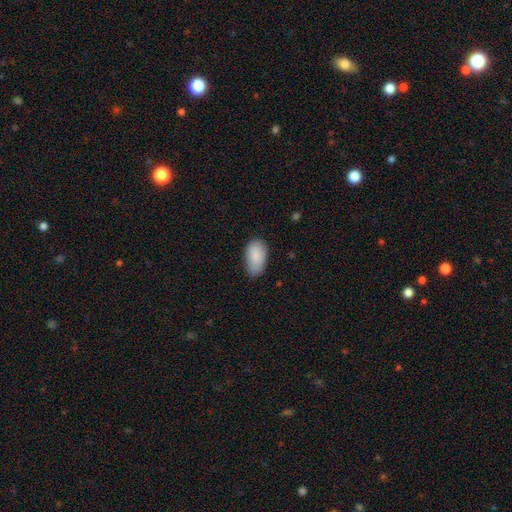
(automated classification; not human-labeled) smooth_or_featured: smooth (p=0.88) [alt: star or artifact p=0.06]
how_rounded: in between (p=0.95) [alt: round p=0.03]
merging: none (p=0.69) [alt: minor disturbance p=0.25]